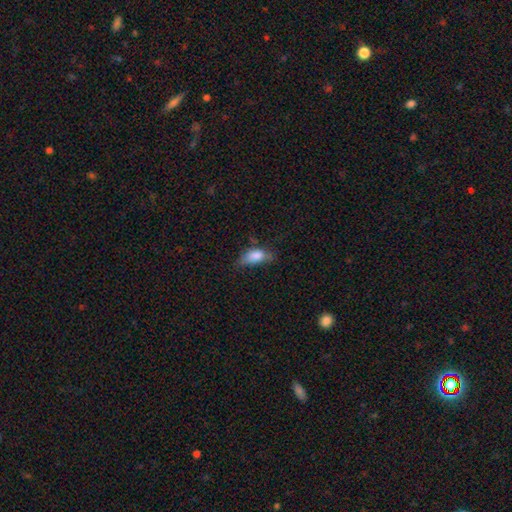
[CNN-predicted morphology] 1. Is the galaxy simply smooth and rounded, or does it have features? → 79% smooth, 12% featured or disk, 9% star or artifact.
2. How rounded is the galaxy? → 87% in between, 8% cigar-shaped, 5% round.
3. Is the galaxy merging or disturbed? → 40% none, 37% minor disturbance, 20% major disturbance, 3% merger.